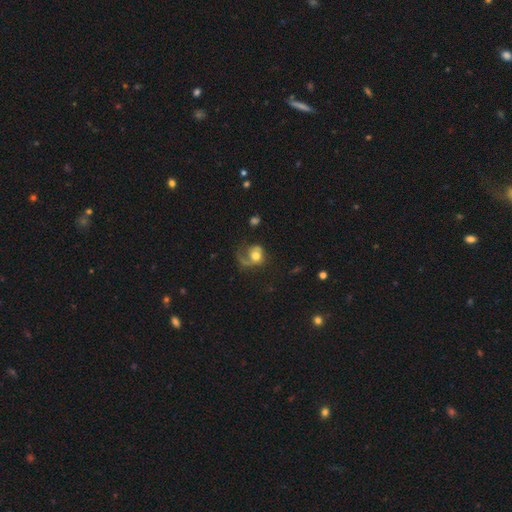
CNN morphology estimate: This is possibly a featured or disk galaxy (50%). Merging: marginally major disturbance (44%).